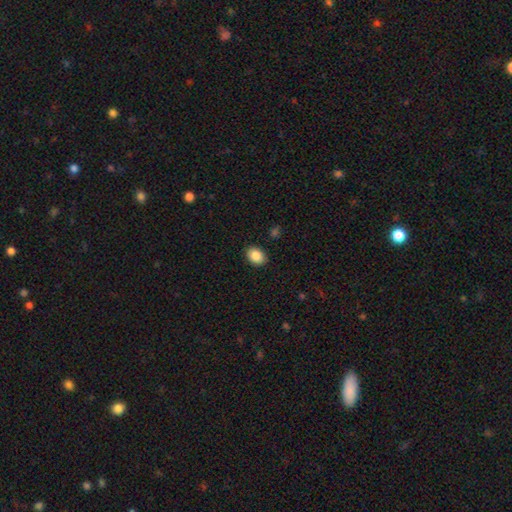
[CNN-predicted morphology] smooth-or-featured: smooth: 87% | star or artifact: 8% | featured or disk: 5%
  how-rounded: in between: 69% | round: 30% | cigar-shaped: 1%
  merging: none: 90% | minor disturbance: 7% | major disturbance: 2% | merger: 1%